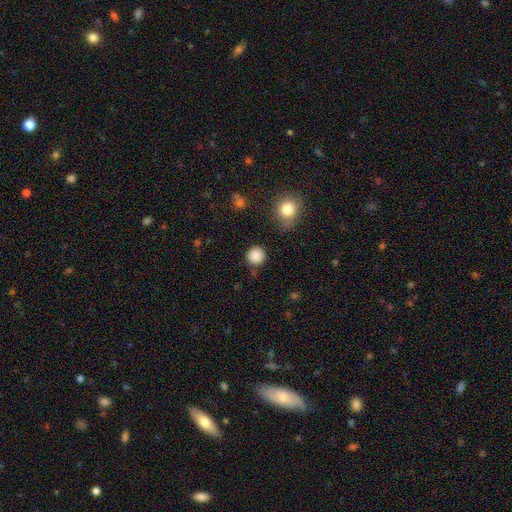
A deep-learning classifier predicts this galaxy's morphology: The model was most divided on "merging": none: 85%, minor disturbance: 9%, major disturbance: 3%, merger: 3%. More confident: how rounded — round (94%); smooth or featured — smooth (87%).